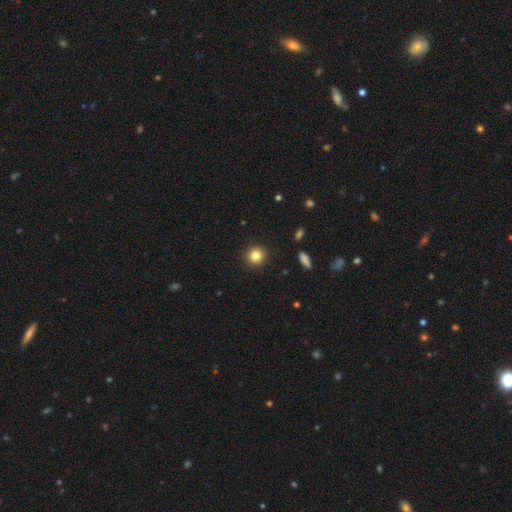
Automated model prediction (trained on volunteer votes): Morphology: type=smooth (82%); roundness=round (91%); merging=none (92%).